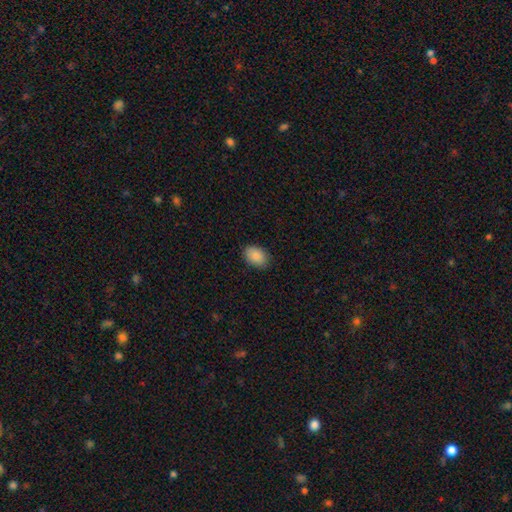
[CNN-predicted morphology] Q: Smooth or featured?
A: smooth (88%); runner-up: star or artifact (7%)
Q: How rounded?
A: in between (80%); runner-up: round (19%)
Q: Merging?
A: none (87%); runner-up: minor disturbance (10%)